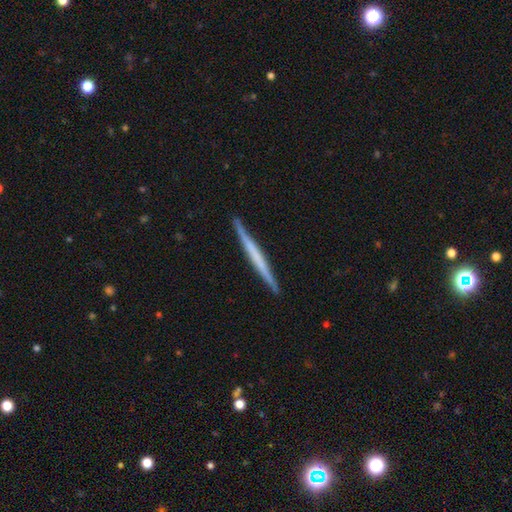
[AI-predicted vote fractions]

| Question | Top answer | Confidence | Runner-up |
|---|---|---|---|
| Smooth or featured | featured or disk | 57% | smooth (38%) |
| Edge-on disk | yes | 97% | no (3%) |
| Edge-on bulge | none | 82% | rounded (10%) |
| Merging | none | 90% | minor disturbance (7%) |